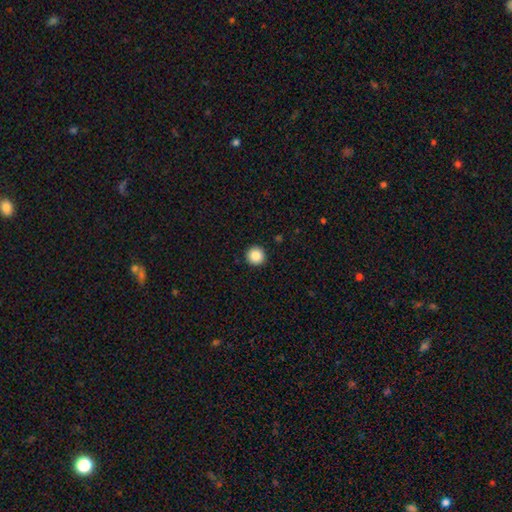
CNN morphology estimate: A smooth galaxy with no disk features (87%) that is round (96%).

Vote fractions:
- Smooth or featured? smooth: 87% / star or artifact: 9% / featured or disk: 4%
- How rounded? round: 96% / in between: 3% / cigar-shaped: 1%
- Merging? none: 93% / minor disturbance: 4% / major disturbance: 1% / merger: 1%